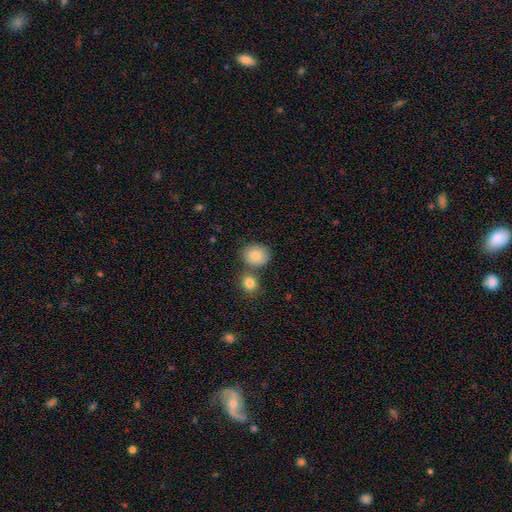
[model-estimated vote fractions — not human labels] Morphology: type=smooth (85%); roundness=round (74%); merging=none (67%).